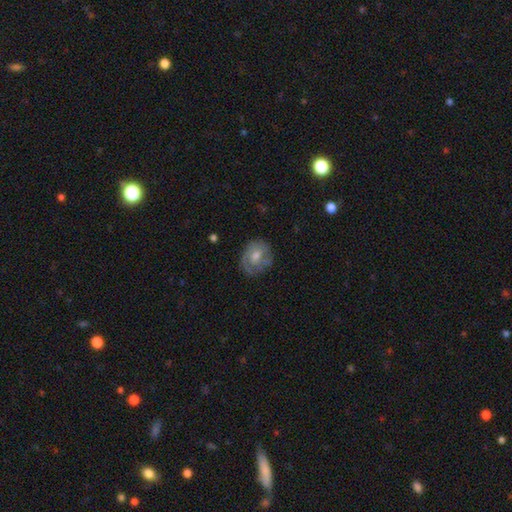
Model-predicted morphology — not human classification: Smooth or featured?
  - featured or disk: 54% *
  - smooth: 35%
  - star or artifact: 10%
Edge-on disk?
  - no: 96% *
  - yes: 4%
Bar?
  - no: 68% *
  - weak: 27%
  - strong: 4%
Spiral arms?
  - yes: 74% *
  - no: 26%
Bulge size?
  - moderate: 61% *
  - small: 29%
  - large: 6%
  - none: 4%
  - dominant: 1%
Merging?
  - none: 70% *
  - minor disturbance: 20%
  - major disturbance: 8%
  - merger: 1%